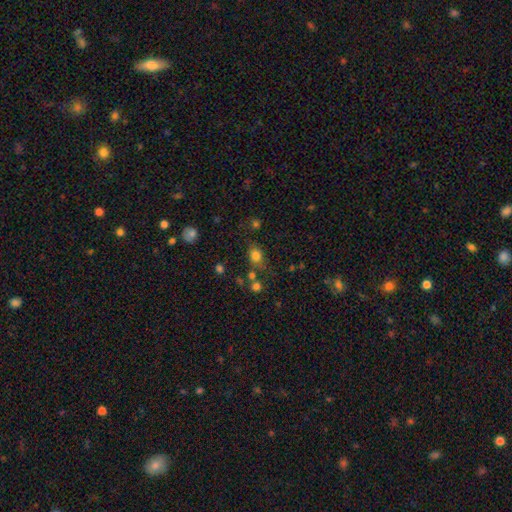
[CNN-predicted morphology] Smooth or featured? Predicted: smooth (p=0.79). How rounded? Predicted: round (p=0.57). Merging? Predicted: none (p=0.67).